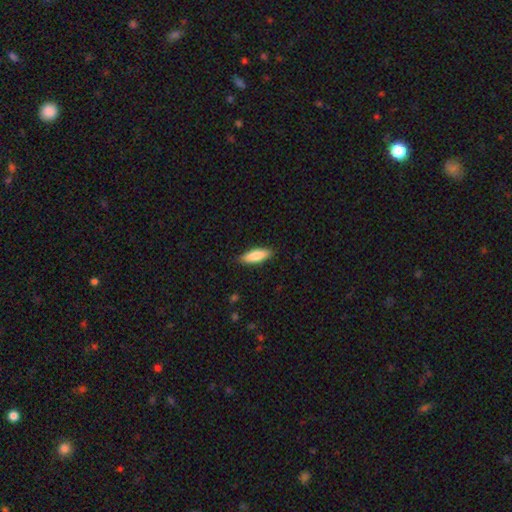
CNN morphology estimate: A smooth galaxy with no disk features (83%) that is in between round and cigar-shaped (53%).

Vote fractions:
- Smooth or featured? smooth: 83% / featured or disk: 11% / star or artifact: 5%
- How rounded? in between: 53% / cigar-shaped: 45% / round: 2%
- Merging? none: 88% / minor disturbance: 9% / major disturbance: 2% / merger: 1%